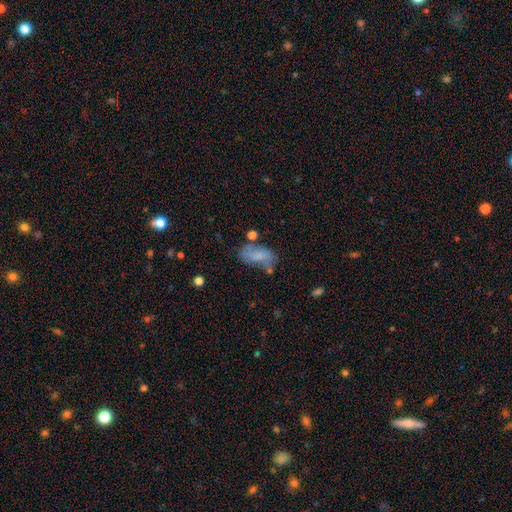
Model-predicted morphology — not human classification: The model was most divided on "merging": none: 52%, minor disturbance: 26%, major disturbance: 12%, merger: 11%. More confident: how rounded — in between (88%); smooth or featured — smooth (66%).